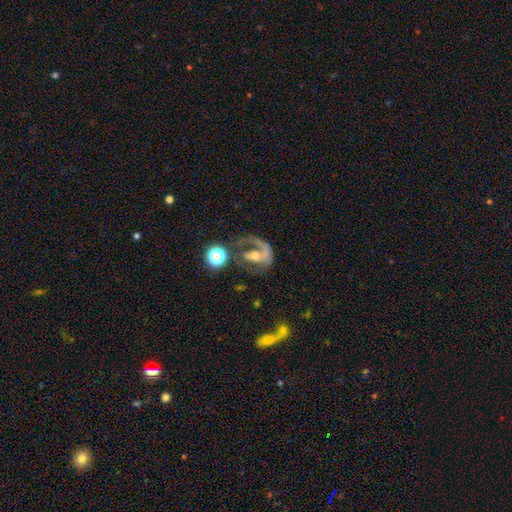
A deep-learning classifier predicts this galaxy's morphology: Smooth or featured? featured or disk (74%)
Edge-on disk? no (97%)
Bar? no (45%)
Spiral arms? yes (82%)
Spiral winding? medium (41%)
Spiral arm count? 1 (66%)
Bulge size? moderate (50%)
Merging? none (37%)